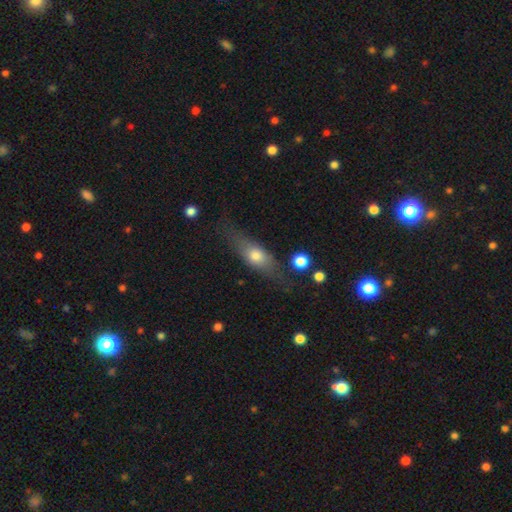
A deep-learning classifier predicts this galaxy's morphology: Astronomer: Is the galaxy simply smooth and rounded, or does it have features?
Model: smooth — 59%.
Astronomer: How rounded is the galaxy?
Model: in between — 52% (runner-up: cigar-shaped, 39%).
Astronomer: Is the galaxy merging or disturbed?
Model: none — 68%.